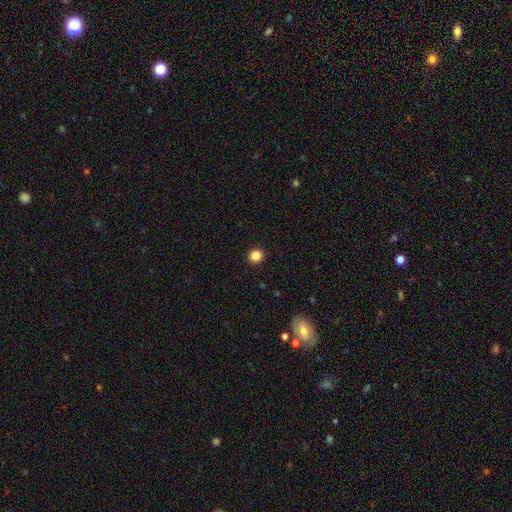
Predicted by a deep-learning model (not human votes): This is clearly a smooth galaxy (86%). How rounded: clearly round (93%). Merging: clearly none (93%).